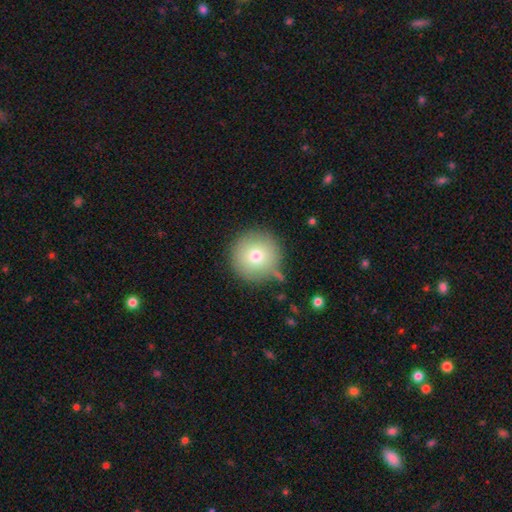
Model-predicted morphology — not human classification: This is likely a smooth galaxy (76%). How rounded: clearly round (96%). Merging: clearly none (82%).